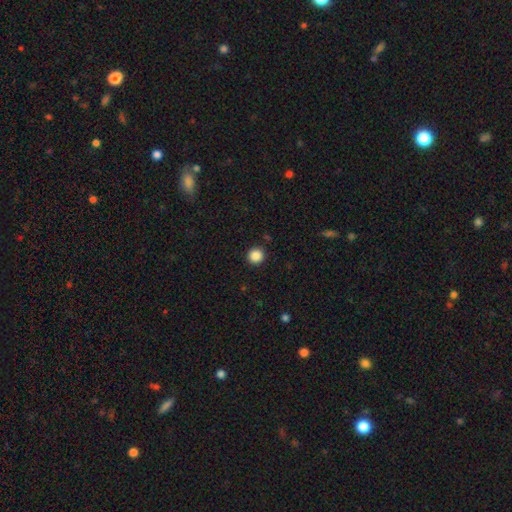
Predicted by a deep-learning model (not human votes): smooth_or_featured: smooth (p=0.87) [alt: star or artifact p=0.10]
how_rounded: round (p=0.95) [alt: in between p=0.04]
merging: none (p=0.92) [alt: minor disturbance p=0.05]